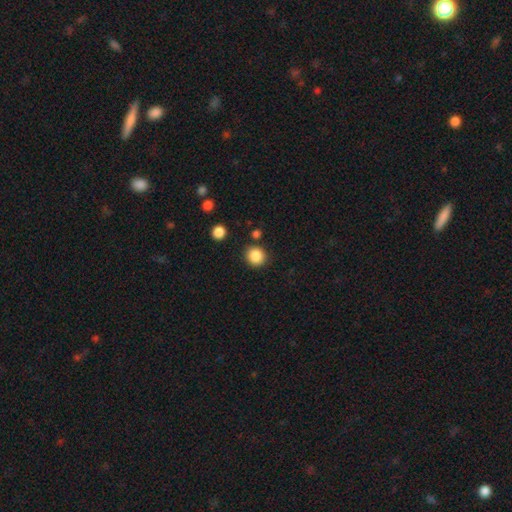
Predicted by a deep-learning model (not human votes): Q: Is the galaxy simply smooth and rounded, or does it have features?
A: smooth — 87%.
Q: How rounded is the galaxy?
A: round — 89%.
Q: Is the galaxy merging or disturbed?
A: none — 87%.